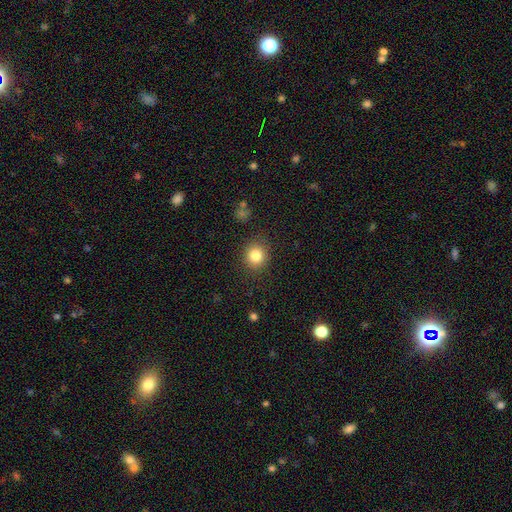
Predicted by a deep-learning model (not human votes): Morphology: type=smooth (83%); roundness=round (84%); merging=none (87%).